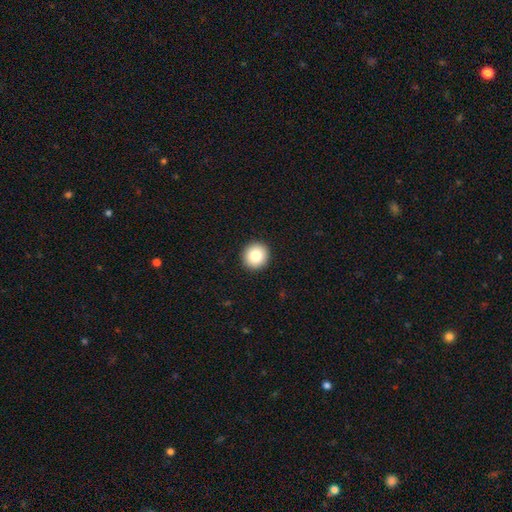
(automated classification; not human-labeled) Morphology: type=smooth (83%); roundness=round (93%); merging=none (93%).